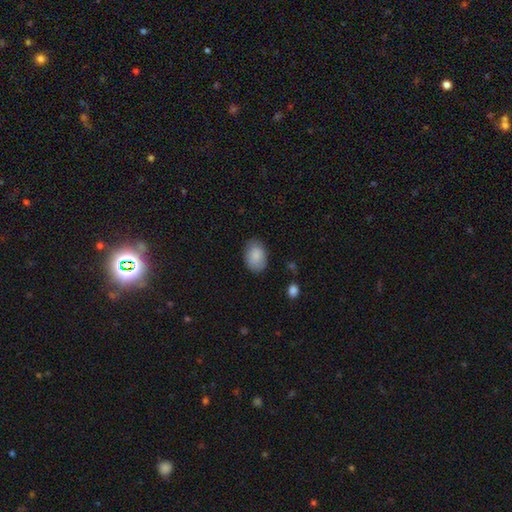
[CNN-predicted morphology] smooth-or-featured: smooth: 87% | star or artifact: 7% | featured or disk: 6%
  how-rounded: in between: 82% | round: 17% | cigar-shaped: 1%
  merging: none: 80% | minor disturbance: 15% | major disturbance: 3% | merger: 1%